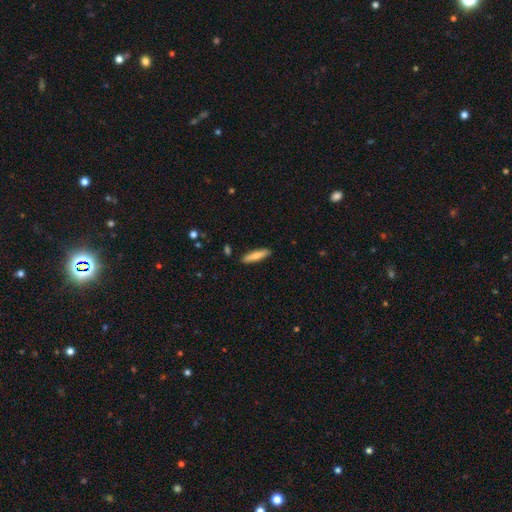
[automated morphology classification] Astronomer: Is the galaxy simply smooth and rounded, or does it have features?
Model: smooth — 71%.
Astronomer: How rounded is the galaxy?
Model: cigar-shaped — 81%.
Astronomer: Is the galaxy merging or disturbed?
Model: none — 90%.